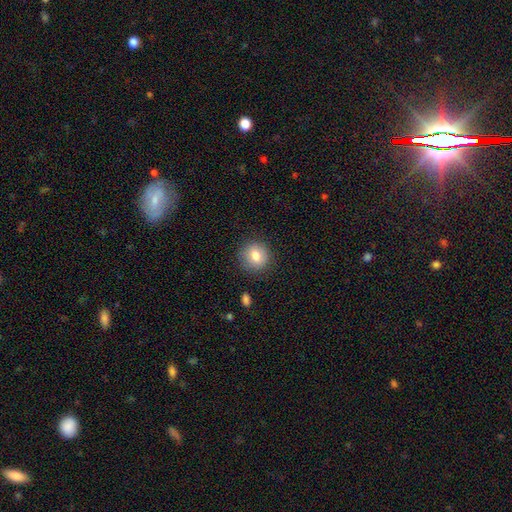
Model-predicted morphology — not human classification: A smooth galaxy with no disk features (79%) that is round (87%). Merging: none (88%).